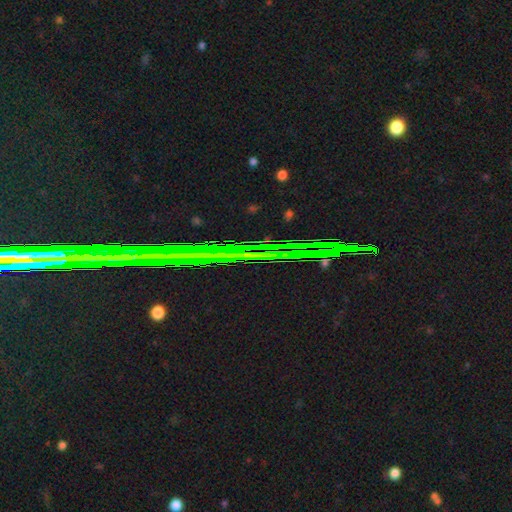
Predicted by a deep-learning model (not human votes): Morphology: type=star or artifact (73%).